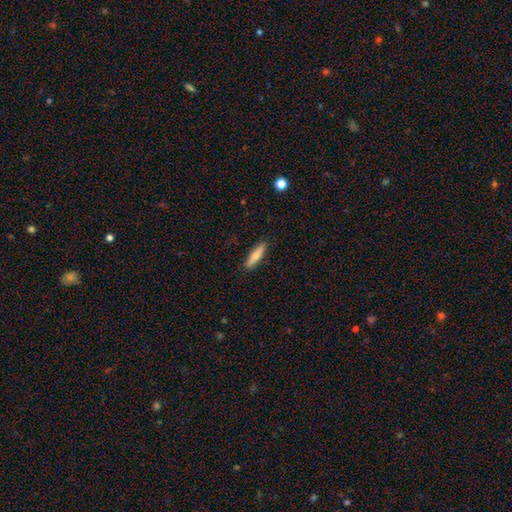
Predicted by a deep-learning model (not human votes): This is likely a smooth galaxy (69%). How rounded: likely cigar-shaped (71%). Merging: clearly none (89%).